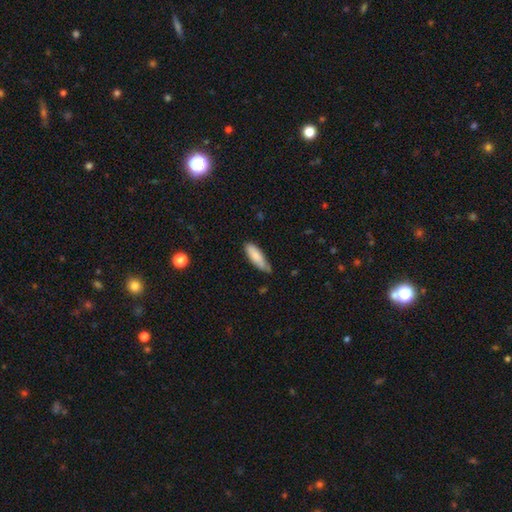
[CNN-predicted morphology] Overall: smooth (81%). How rounded: in between (51%; cigar-shaped 48%). Merging: none (62%; minor disturbance 30%).